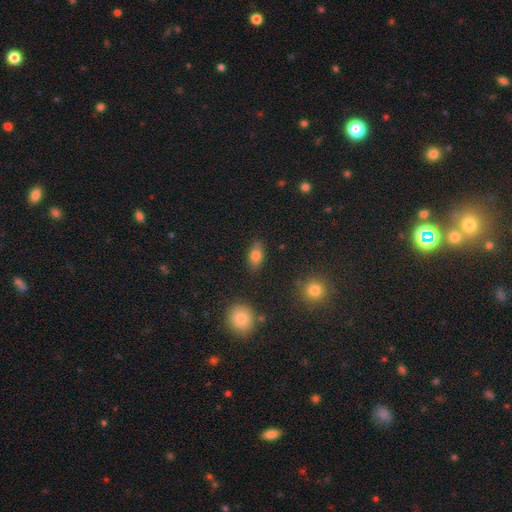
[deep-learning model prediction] The model was most divided on "smooth or featured": smooth: 80%, featured or disk: 10%, star or artifact: 10%. More confident: how rounded — in between (84%); merging — none (82%).